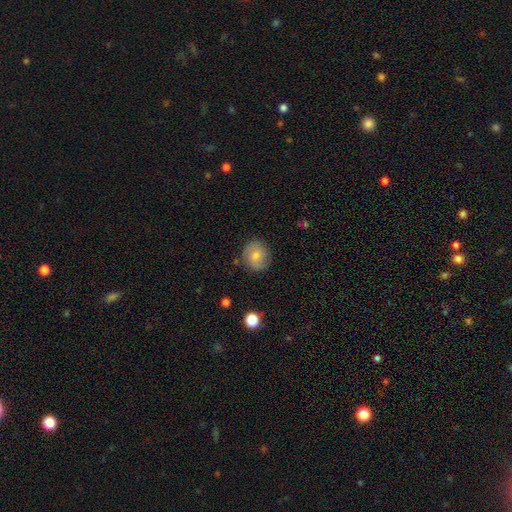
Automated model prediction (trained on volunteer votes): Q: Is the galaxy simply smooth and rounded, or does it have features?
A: smooth — 76%.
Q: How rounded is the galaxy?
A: round — 85%.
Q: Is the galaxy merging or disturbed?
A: none — 84%.